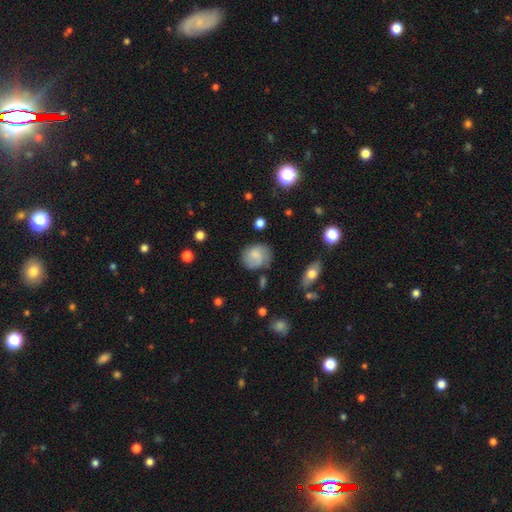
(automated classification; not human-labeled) smooth_or_featured: smooth (p=0.72) [alt: featured or disk p=0.19]
how_rounded: round (p=0.68) [alt: in between p=0.31]
merging: none (p=0.66) [alt: minor disturbance p=0.23]